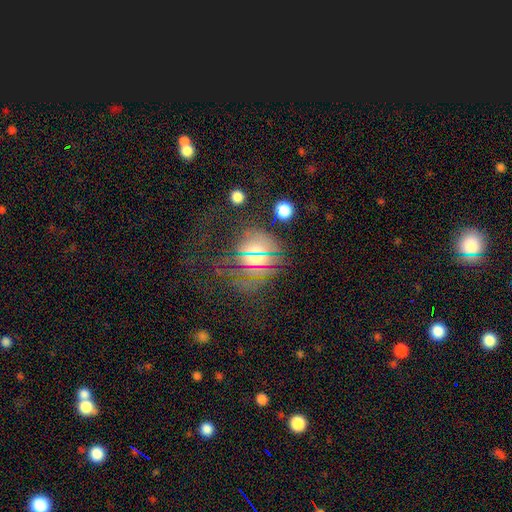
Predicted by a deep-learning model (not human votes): Smooth or featured? Predicted: star or artifact (p=0.48).